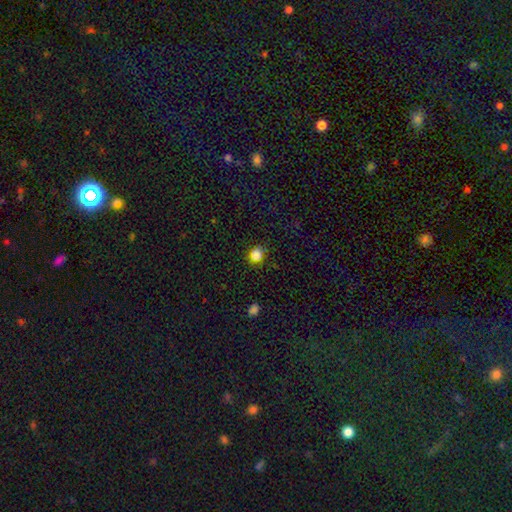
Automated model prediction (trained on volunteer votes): The model was most divided on "smooth or featured": smooth: 73%, star or artifact: 23%, featured or disk: 4%. More confident: merging — none (82%); how rounded — round (77%).